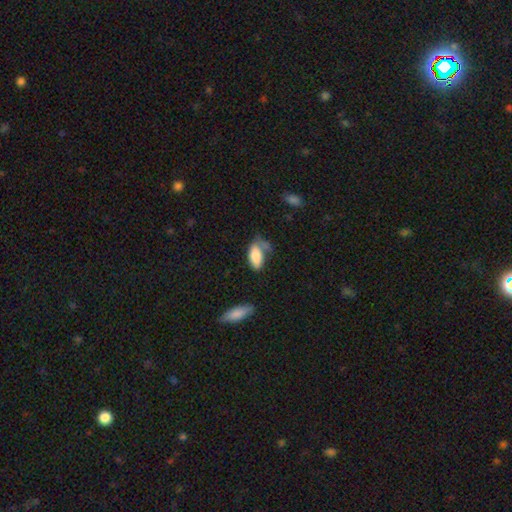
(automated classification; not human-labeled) Overall: smooth (83%). How rounded: in between (91%). Merging: none (42%; minor disturbance 28%).